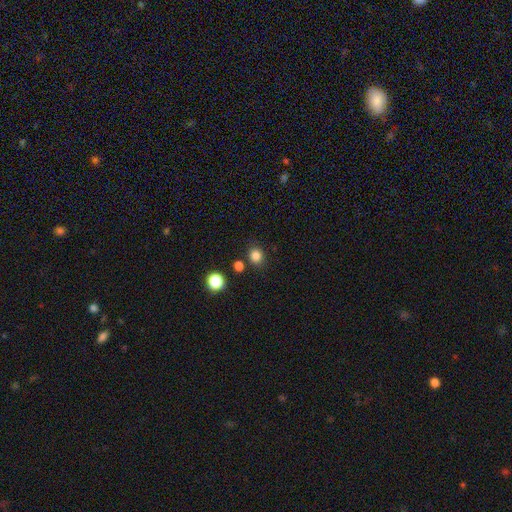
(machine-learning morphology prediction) Smooth or featured: smooth — 83% (star or artifact — 13%)
How rounded: round — 79% (in between — 20%)
Merging: none — 83% (minor disturbance — 9%)